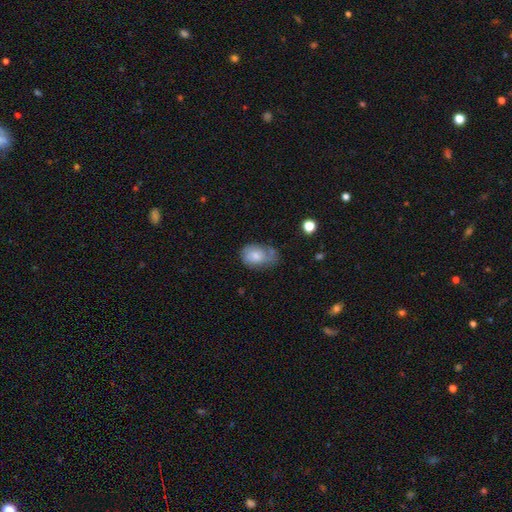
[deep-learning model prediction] smooth_or_featured: smooth (p=0.66) [alt: featured or disk p=0.26]
how_rounded: in between (p=0.79) [alt: round p=0.19]
merging: none (p=0.41) [alt: minor disturbance p=0.36]